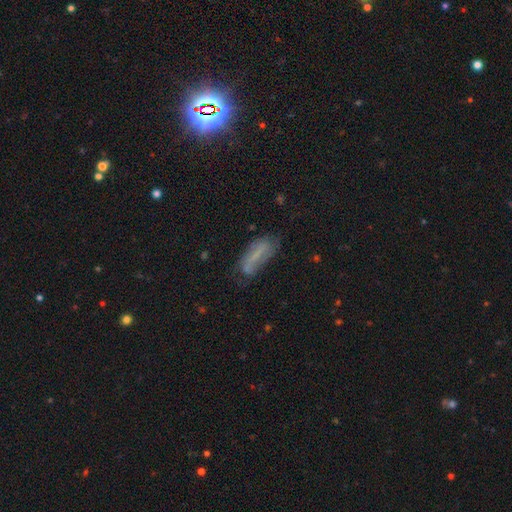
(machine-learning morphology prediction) Smooth or featured?
  - smooth: 49% *
  - featured or disk: 38%
  - star or artifact: 13%
Merging?
  - none: 53% *
  - minor disturbance: 28%
  - major disturbance: 14%
  - merger: 5%